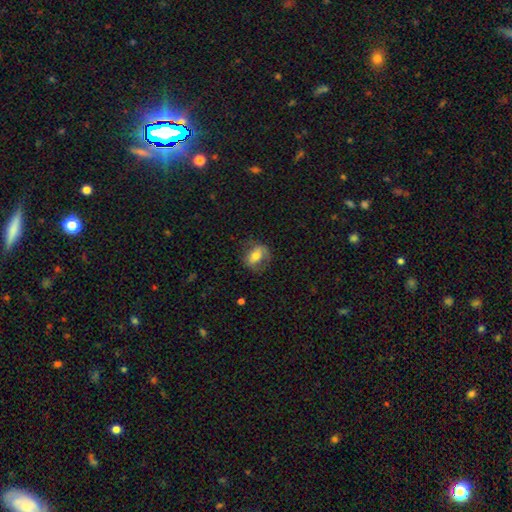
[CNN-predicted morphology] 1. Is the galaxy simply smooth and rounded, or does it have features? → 59% smooth, 33% featured or disk, 8% star or artifact.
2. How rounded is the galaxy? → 67% in between, 30% round, 2% cigar-shaped.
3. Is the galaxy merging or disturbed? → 63% none, 22% minor disturbance, 14% major disturbance, 1% merger.